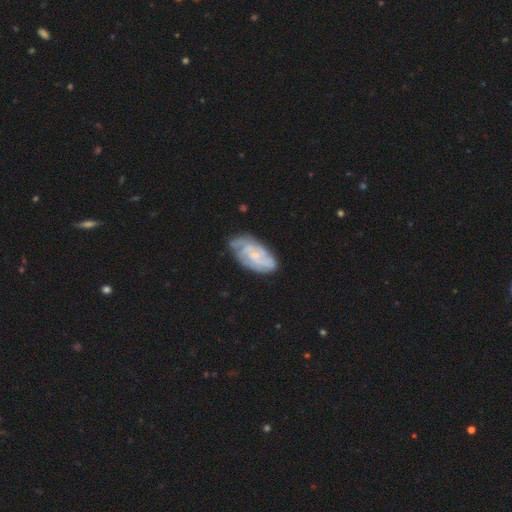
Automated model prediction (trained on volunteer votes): This appears to be a featured or disk galaxy (72%) with no bar (68%), tight (58%) spiral arms (90%) and a small central bulge (66%). Merging: none (66%).